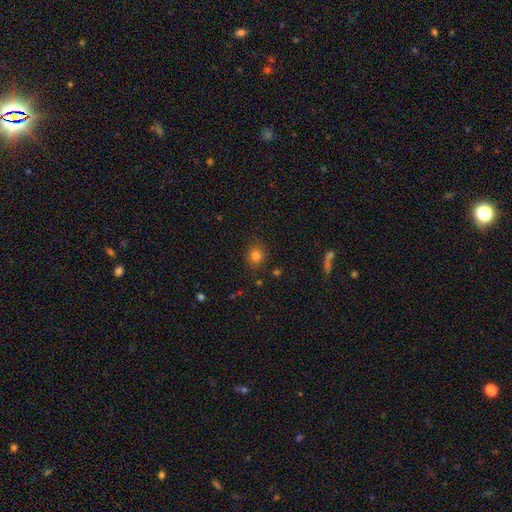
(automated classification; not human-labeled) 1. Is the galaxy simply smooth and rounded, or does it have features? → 80% smooth, 14% star or artifact, 6% featured or disk.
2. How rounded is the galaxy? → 81% round, 18% in between, 1% cigar-shaped.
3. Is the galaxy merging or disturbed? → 85% none, 10% minor disturbance, 3% major disturbance, 2% merger.